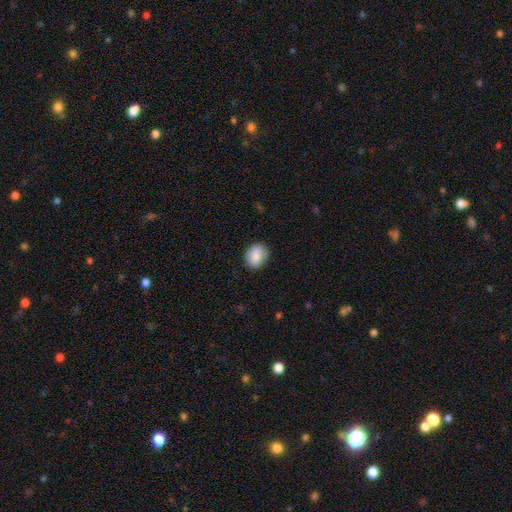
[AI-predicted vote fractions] Overall: smooth (87%). How rounded: in between (56%; round 43%). Merging: none (84%).